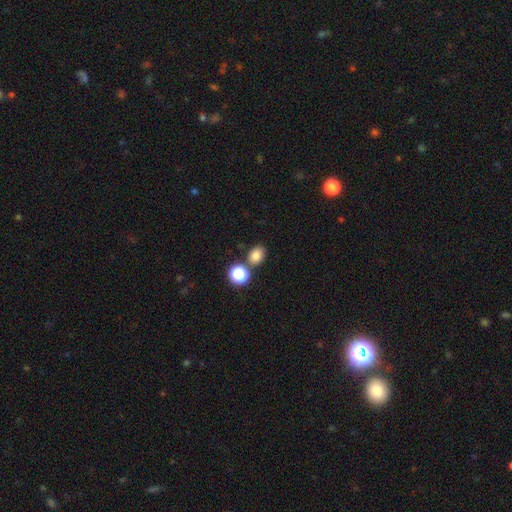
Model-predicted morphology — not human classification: Smooth or featured?
  - smooth: 80% *
  - star or artifact: 14%
  - featured or disk: 5%
How rounded?
  - in between: 51% *
  - round: 48%
  - cigar-shaped: 1%
Merging?
  - none: 74% *
  - merger: 13%
  - minor disturbance: 10%
  - major disturbance: 3%